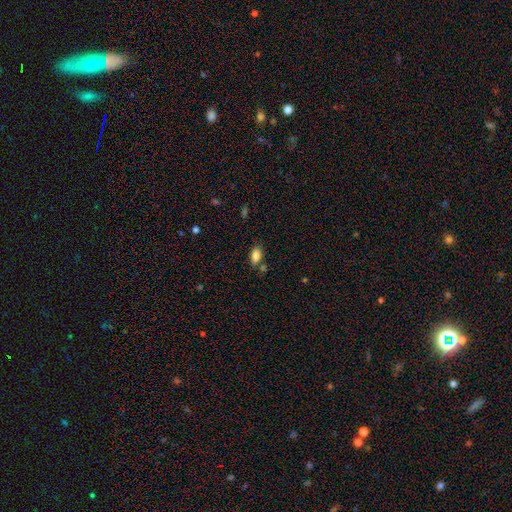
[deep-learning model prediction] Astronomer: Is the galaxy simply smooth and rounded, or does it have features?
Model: smooth — 85%.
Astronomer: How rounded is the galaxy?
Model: in between — 91%.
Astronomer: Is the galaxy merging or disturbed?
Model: none — 71%.